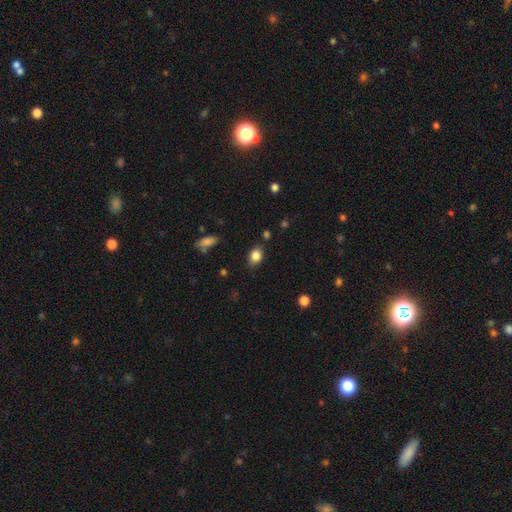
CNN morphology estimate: This appears to be a smooth galaxy with no disk features (84%) that is in between round and cigar-shaped (70%). Merging: none (81%).